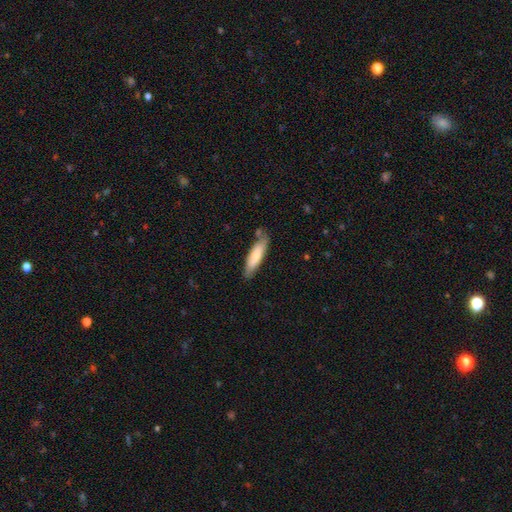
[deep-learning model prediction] Q: Smooth or featured?
A: smooth (72%); runner-up: featured or disk (22%)
Q: How rounded?
A: cigar-shaped (68%); runner-up: in between (31%)
Q: Merging?
A: none (74%); runner-up: minor disturbance (17%)